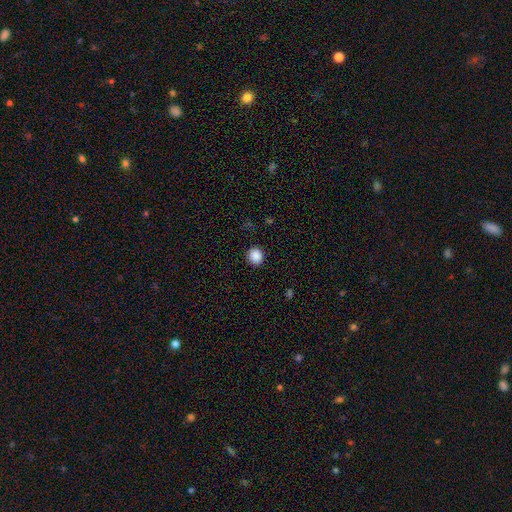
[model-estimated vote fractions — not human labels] smooth 88%, star or artifact 10%, featured or disk 2%. Down the decision tree: how rounded — round (85%); merging — none (91%).